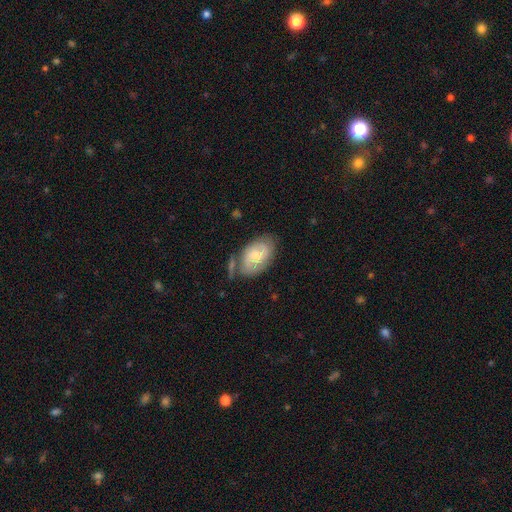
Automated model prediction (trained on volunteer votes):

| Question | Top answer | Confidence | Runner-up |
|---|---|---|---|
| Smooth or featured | featured or disk | 65% | smooth (29%) |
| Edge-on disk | no | 96% | yes (4%) |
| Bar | no | 54% | weak (40%) |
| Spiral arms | yes | 89% | no (11%) |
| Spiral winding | medium | 45% | tight (37%) |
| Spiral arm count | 2 | 75% | can't tell (15%) |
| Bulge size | small | 50% | moderate (43%) |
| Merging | none | 61% | minor disturbance (21%) |